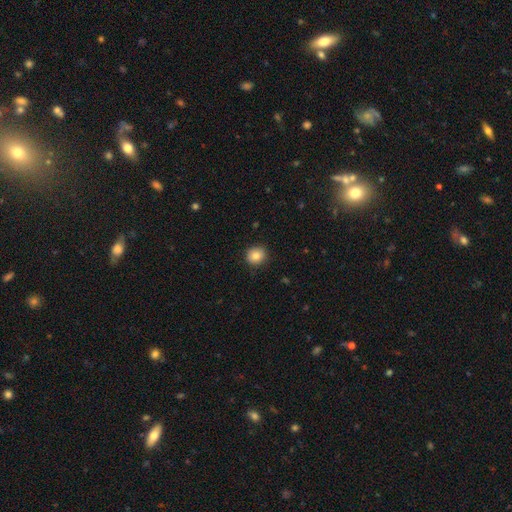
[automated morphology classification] smooth 84%, star or artifact 10%, featured or disk 6%. Down the decision tree: how rounded — round (86%); merging — none (88%).